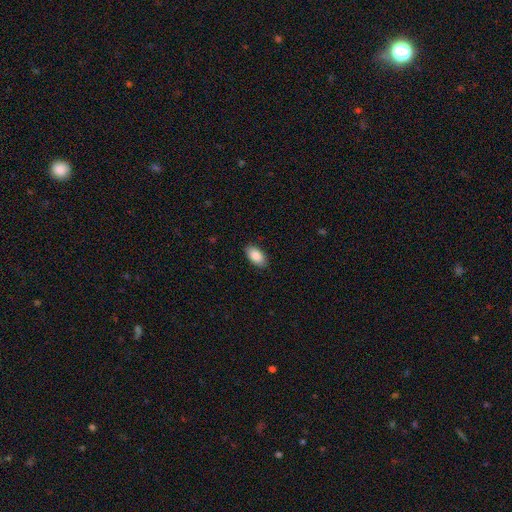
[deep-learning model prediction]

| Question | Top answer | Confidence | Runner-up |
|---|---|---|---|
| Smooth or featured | smooth | 89% | star or artifact (7%) |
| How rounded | in between | 95% | round (4%) |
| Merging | none | 88% | minor disturbance (9%) |